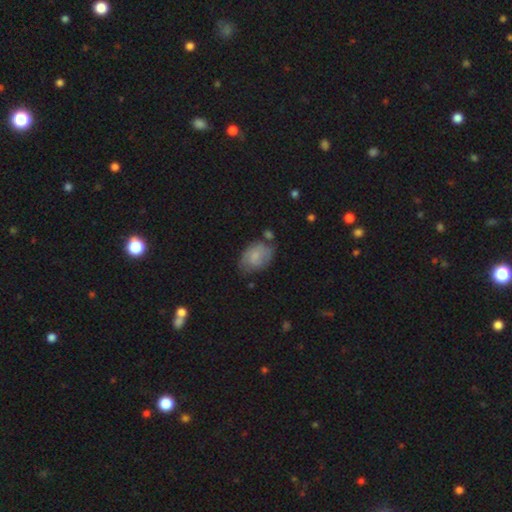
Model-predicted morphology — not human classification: Q: Smooth or featured?
A: smooth (64%); runner-up: featured or disk (28%)
Q: How rounded?
A: in between (81%); runner-up: round (18%)
Q: Merging?
A: none (56%); runner-up: minor disturbance (29%)